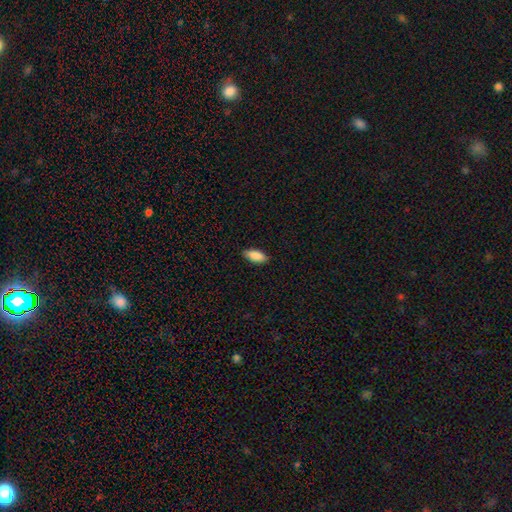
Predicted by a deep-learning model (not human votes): smooth-or-featured: smooth: 89% | star or artifact: 6% | featured or disk: 5%
  how-rounded: in between: 86% | cigar-shaped: 12% | round: 2%
  merging: none: 86% | minor disturbance: 11% | major disturbance: 2% | merger: 1%